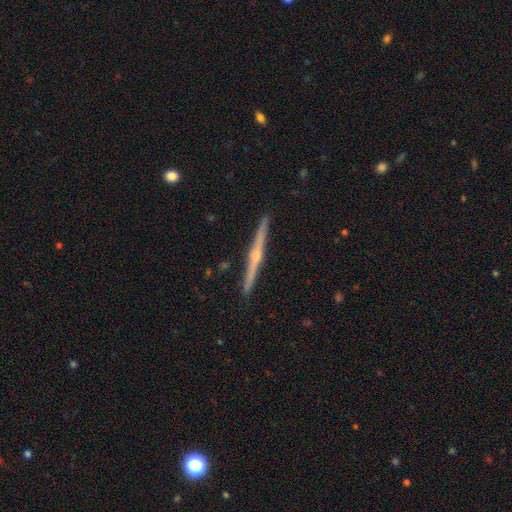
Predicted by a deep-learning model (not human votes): A featured or disk galaxy (80%) viewed edge-on (98%) with a rounded central bulge (82%). Merging: none (92%).